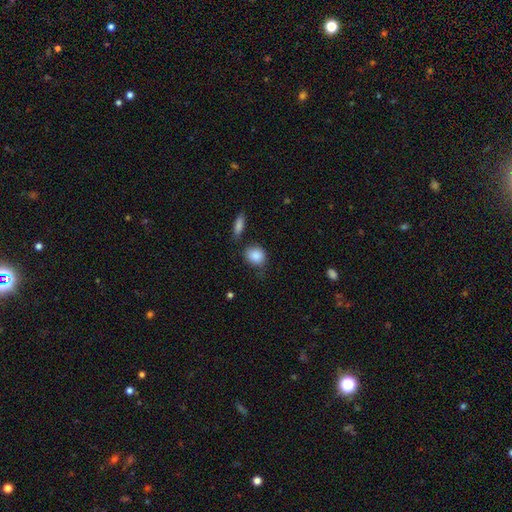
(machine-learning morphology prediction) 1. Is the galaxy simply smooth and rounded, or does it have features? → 87% smooth, 7% star or artifact, 6% featured or disk.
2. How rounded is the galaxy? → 65% round, 34% in between, 2% cigar-shaped.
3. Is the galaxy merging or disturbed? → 62% none, 24% minor disturbance, 7% major disturbance, 7% merger.